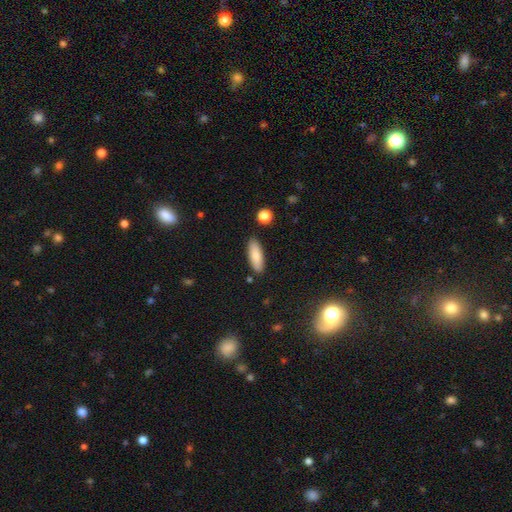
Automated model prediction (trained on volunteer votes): A smooth galaxy with no disk features (82%) that is in between round and cigar-shaped (60%). Merging: none (86%).